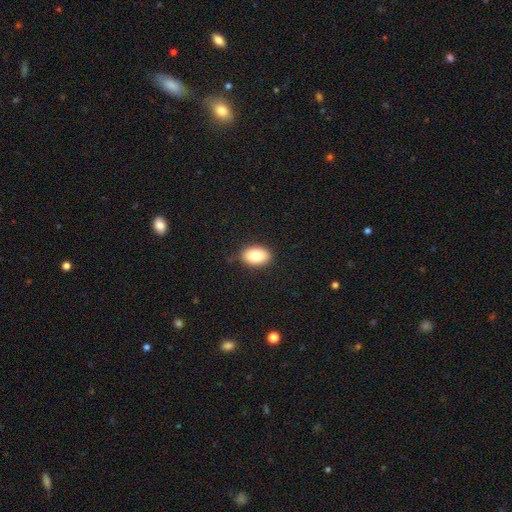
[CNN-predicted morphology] This is clearly a smooth galaxy (83%). How rounded: clearly in between (85%). Merging: clearly none (87%).